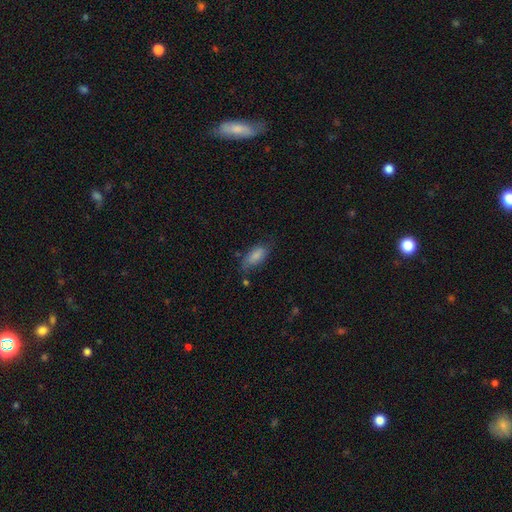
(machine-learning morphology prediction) Smooth or featured: smooth — 80% (featured or disk — 12%)
How rounded: in between — 83% (cigar-shaped — 14%)
Merging: none — 61% (minor disturbance — 28%)